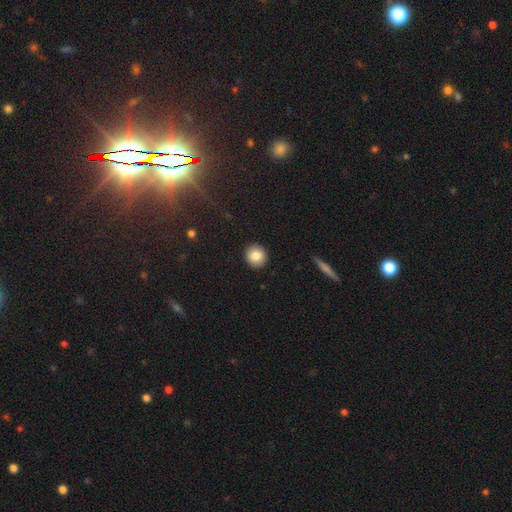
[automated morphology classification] This appears to be a smooth galaxy with no disk features (84%) that is round (90%). Merging: none (92%).